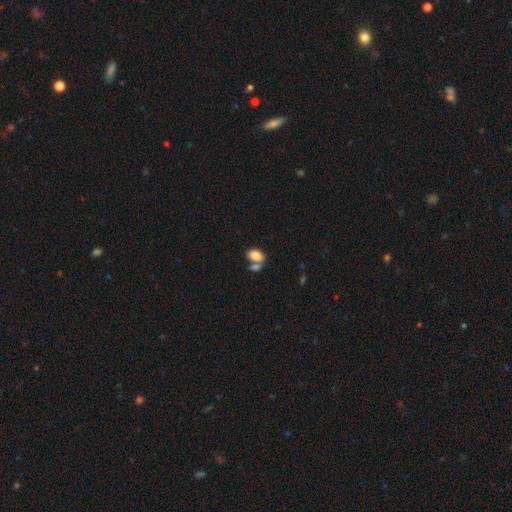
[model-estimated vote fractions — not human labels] Q: Smooth or featured?
A: smooth (83%); runner-up: star or artifact (8%)
Q: How rounded?
A: in between (90%); runner-up: round (9%)
Q: Merging?
A: merger (45%); runner-up: none (40%)